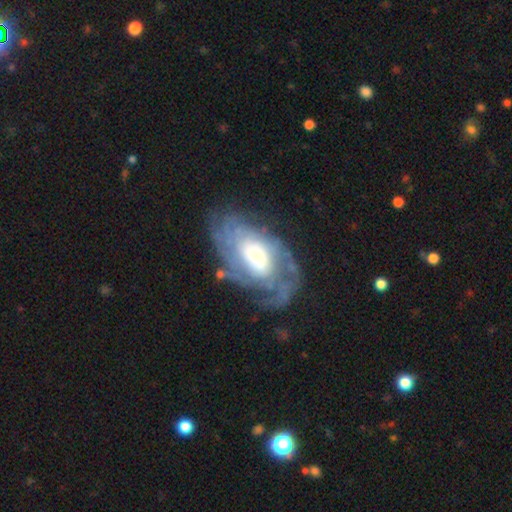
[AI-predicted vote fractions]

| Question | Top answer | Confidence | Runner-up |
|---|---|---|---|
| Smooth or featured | featured or disk | 79% | smooth (15%) |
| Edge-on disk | no | 95% | yes (5%) |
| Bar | no | 73% | weak (21%) |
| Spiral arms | yes | 88% | no (12%) |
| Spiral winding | tight | 61% | medium (28%) |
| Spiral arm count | can't tell | 49% | 2 (16%) |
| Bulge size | large | 31% | tied: small (31%) |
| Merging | none | 63% | minor disturbance (20%) |